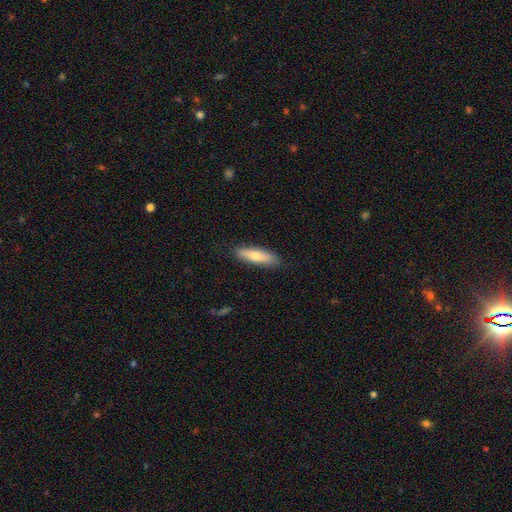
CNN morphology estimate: A smooth galaxy with no disk features (71%) that is cigar-shaped (64%). Merging: none (86%).